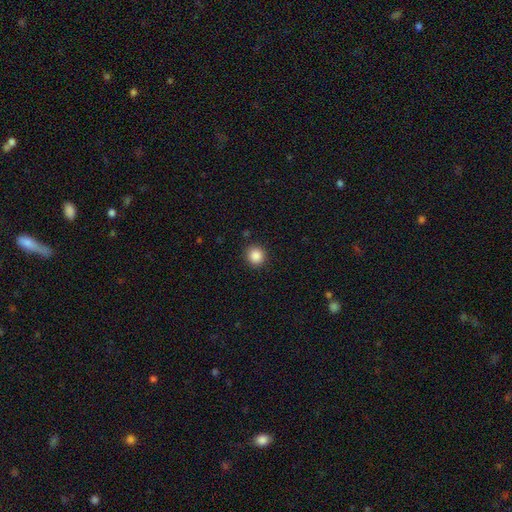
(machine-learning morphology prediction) smooth_or_featured: smooth (p=0.87) [alt: star or artifact p=0.10]
how_rounded: round (p=0.90) [alt: in between p=0.09]
merging: none (p=0.89) [alt: minor disturbance p=0.07]